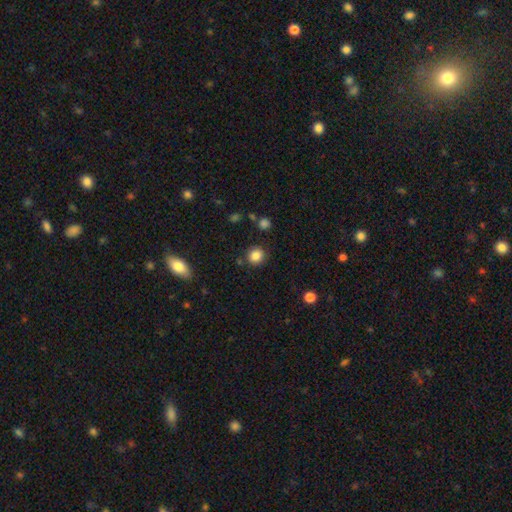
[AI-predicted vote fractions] smooth 85%, star or artifact 11%, featured or disk 5%. Down the decision tree: how rounded — round (85%); merging — none (85%).